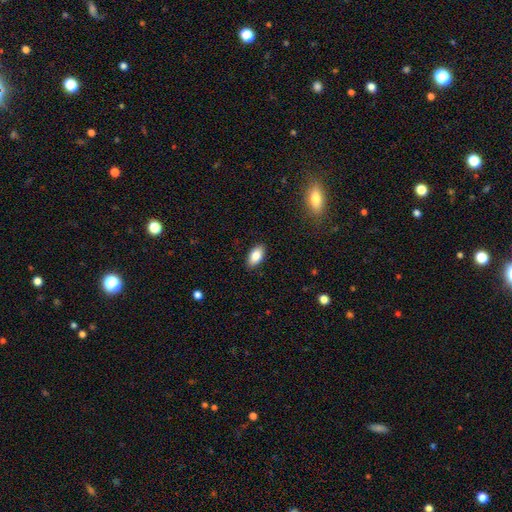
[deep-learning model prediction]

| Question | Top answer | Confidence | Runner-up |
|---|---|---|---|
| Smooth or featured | smooth | 84% | featured or disk (8%) |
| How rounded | in between | 92% | round (4%) |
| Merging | none | 88% | minor disturbance (9%) |